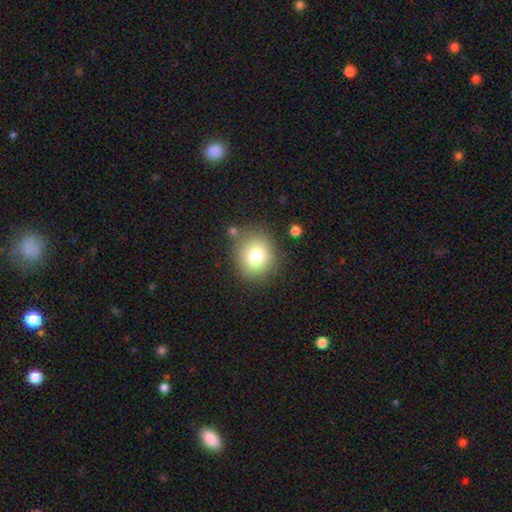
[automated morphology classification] Overall: smooth (77%). How rounded: round (80%). Merging: none (80%).